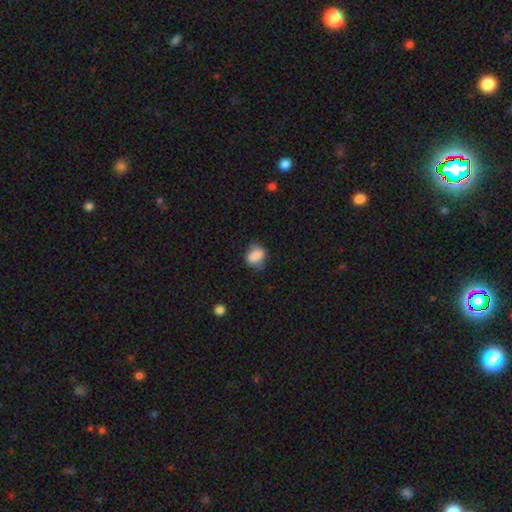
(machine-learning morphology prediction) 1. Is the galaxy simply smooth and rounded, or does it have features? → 84% smooth, 8% star or artifact, 8% featured or disk.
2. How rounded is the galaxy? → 54% in between, 44% round, 2% cigar-shaped.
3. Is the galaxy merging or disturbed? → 69% none, 23% minor disturbance, 6% major disturbance, 2% merger.